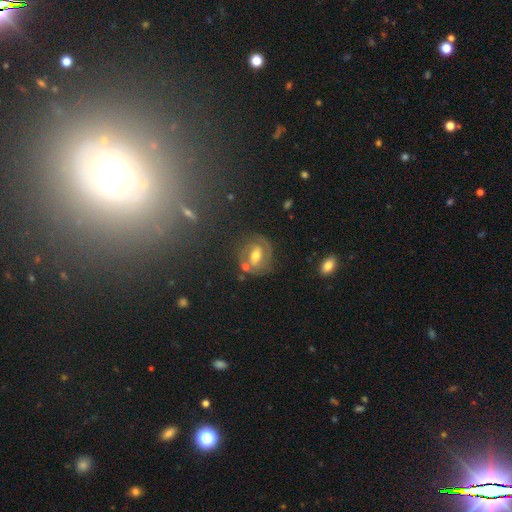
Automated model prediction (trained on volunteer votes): featured or disk 62%, smooth 26%, star or artifact 12%. Down the decision tree: edge-on disk — no (93%); bar — weak (43%); spiral arms — yes (73%); bulge size — moderate (69%); merging — none (66%).